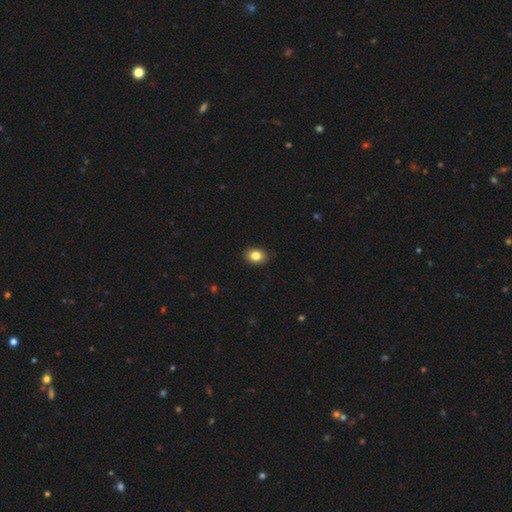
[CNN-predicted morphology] smooth_or_featured: smooth (p=0.84) [alt: star or artifact p=0.09]
how_rounded: in between (p=0.69) [alt: round p=0.30]
merging: none (p=0.88) [alt: minor disturbance p=0.09]